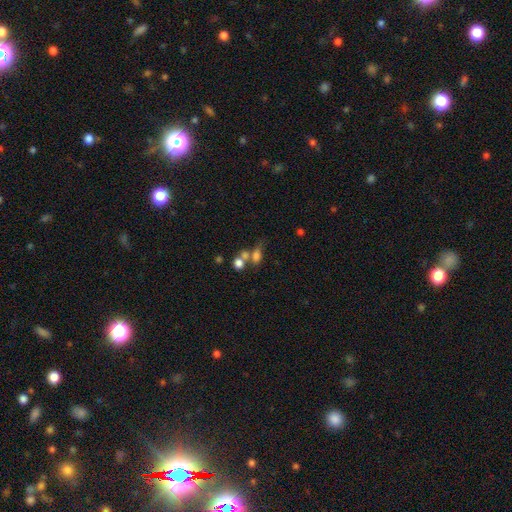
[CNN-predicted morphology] This is likely a smooth galaxy (69%). How rounded: likely in between (69%). Merging: marginally merger (43%).